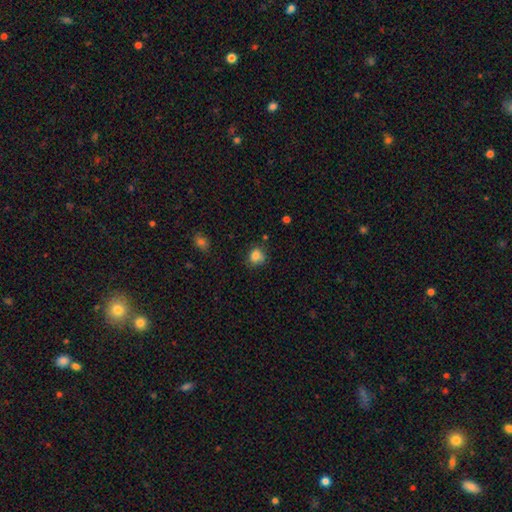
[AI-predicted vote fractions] smooth 82%, star or artifact 11%, featured or disk 7%. Down the decision tree: how rounded — round (71%); merging — none (66%).